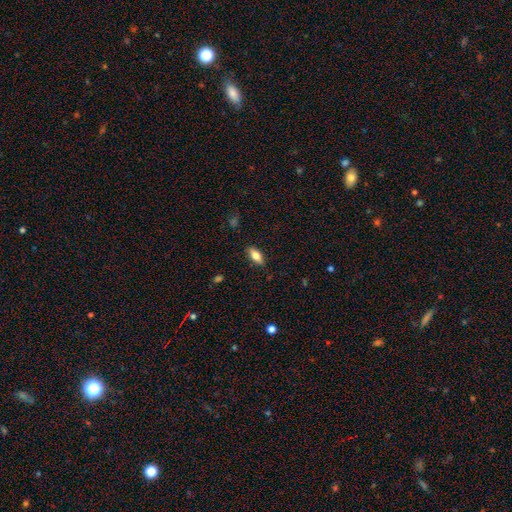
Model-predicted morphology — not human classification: type=smooth (74%); roundness=in between (81%); merging=none (87%).